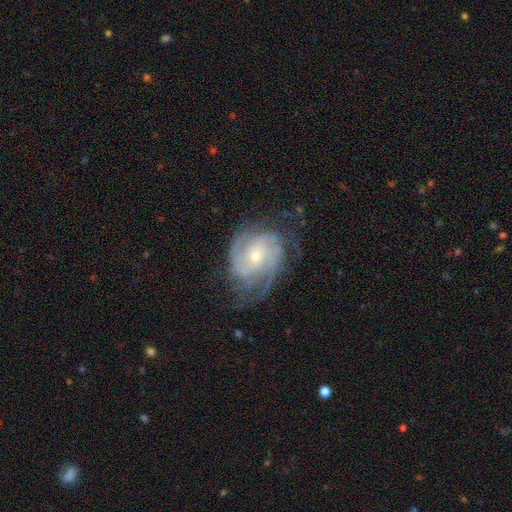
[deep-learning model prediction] Smooth or featured? Predicted: featured or disk (p=0.88). Edge-on disk? Predicted: no (p=0.97). Bar? Predicted: no (p=0.71). Spiral arms? Predicted: yes (p=0.97). Spiral winding? Predicted: tight (p=0.55). Spiral arm count? Predicted: 2 (p=0.30). Bulge size? Predicted: small (p=0.65). Merging? Predicted: none (p=0.65).